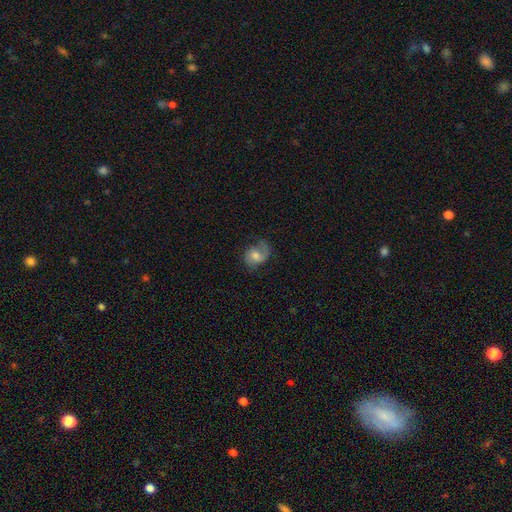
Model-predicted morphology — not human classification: This appears to be a featured or disk galaxy (56%) with no bar (57%), spiral arms (87%) and a moderate central bulge (57%). Merging: none (57%).